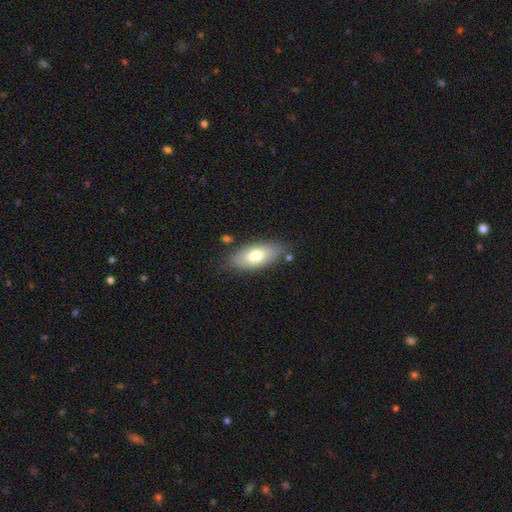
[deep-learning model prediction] Smooth or featured: smooth — 71% (featured or disk — 22%)
How rounded: in between — 87% (cigar-shaped — 10%)
Merging: none — 78% (minor disturbance — 15%)